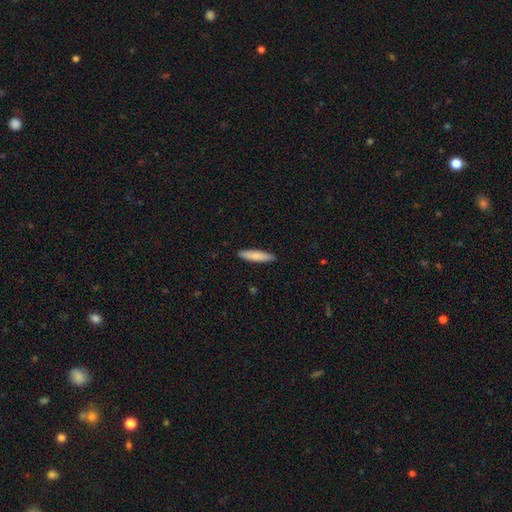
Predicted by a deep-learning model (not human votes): smooth 85%, featured or disk 10%, star or artifact 5%. Down the decision tree: how rounded — cigar-shaped (82%); merging — none (91%).